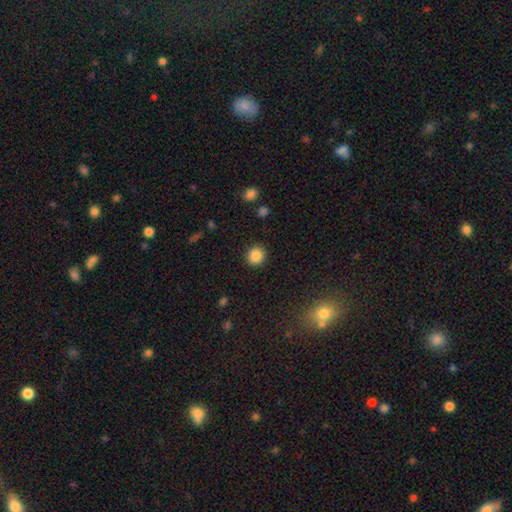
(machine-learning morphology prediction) This appears to be a smooth galaxy with no disk features (87%) that is round (85%). Merging: none (90%).